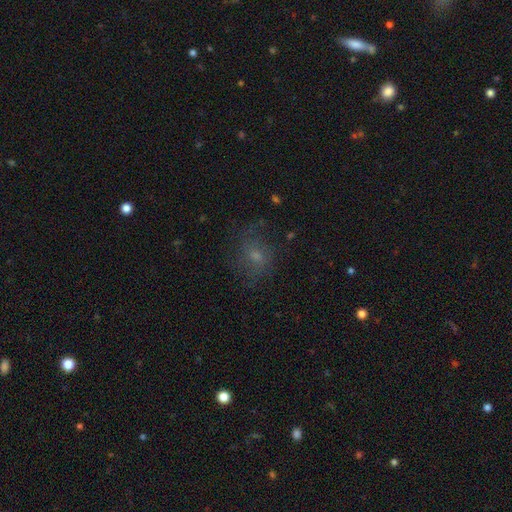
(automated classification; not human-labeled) Overall: smooth (44%; featured or disk 35%). Merging: none (65%).